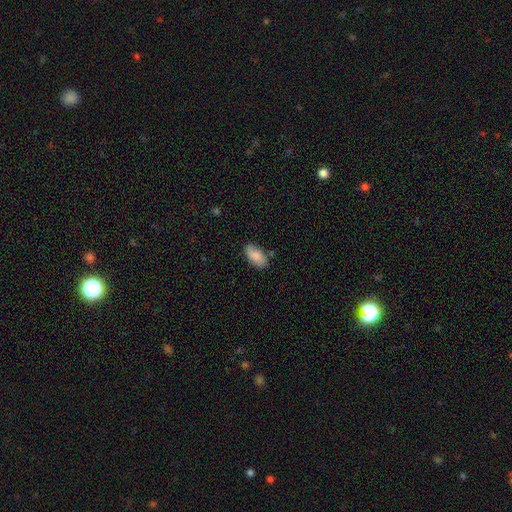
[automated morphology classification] A smooth galaxy with no disk features (87%) that is in between round and cigar-shaped (93%).

Vote fractions:
- Smooth or featured? smooth: 87% / featured or disk: 7% / star or artifact: 6%
- How rounded? in between: 93% / cigar-shaped: 5% / round: 2%
- Merging? none: 79% / minor disturbance: 15% / major disturbance: 3% / merger: 3%